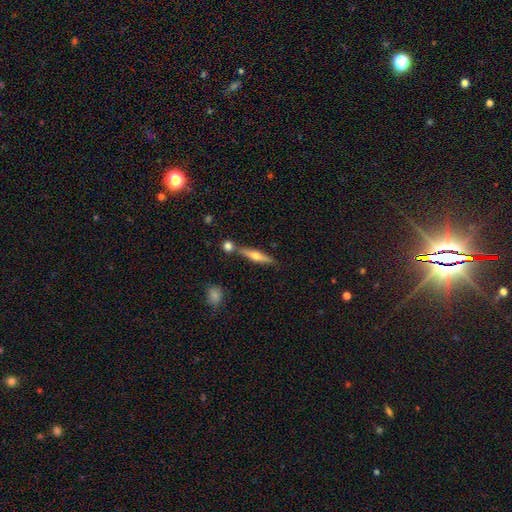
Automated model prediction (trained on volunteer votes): Overall: featured or disk (54%; smooth 40%). Edge-on disk: yes (94%). Edge-on bulge: rounded (91%). Merging: none (72%).